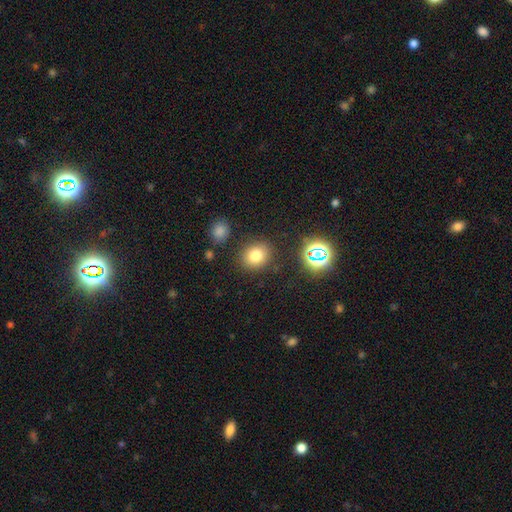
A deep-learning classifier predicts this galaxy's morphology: smooth 75%, star or artifact 17%, featured or disk 8%. Down the decision tree: how rounded — round (75%); merging — none (84%).